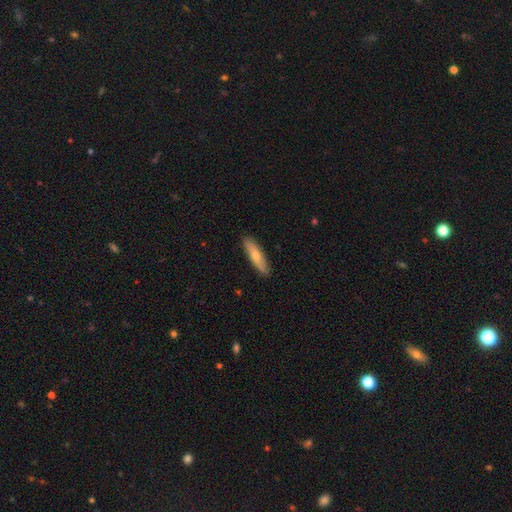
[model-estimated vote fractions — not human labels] Smooth or featured?
  - smooth: 64% *
  - featured or disk: 30%
  - star or artifact: 5%
How rounded?
  - cigar-shaped: 73% *
  - in between: 25%
  - round: 2%
Merging?
  - none: 88% *
  - minor disturbance: 10%
  - major disturbance: 2%
  - merger: 1%